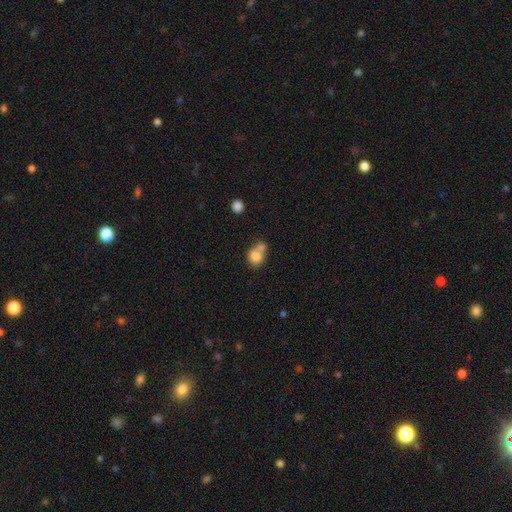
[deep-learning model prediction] This appears to be a smooth galaxy with no disk features (78%) that is round (62%). Merging: merger (57%).